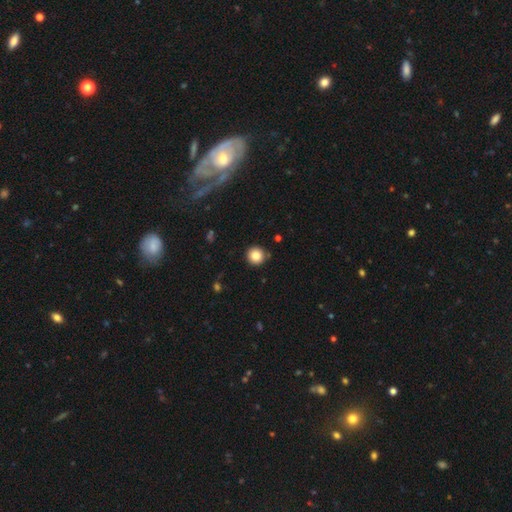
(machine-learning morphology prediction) Overall: smooth (84%). How rounded: round (95%). Merging: none (89%).